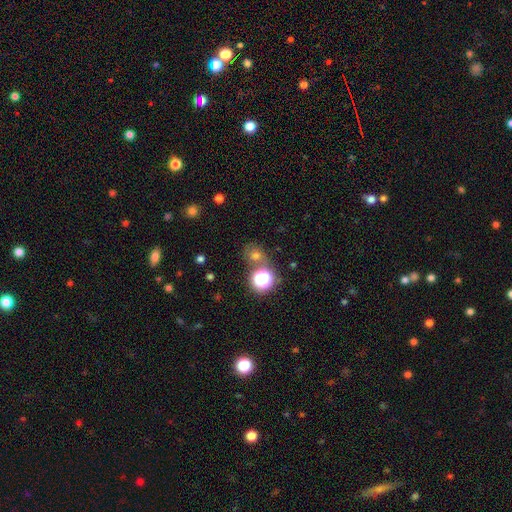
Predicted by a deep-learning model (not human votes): Smooth or featured?
  - smooth: 60% *
  - star or artifact: 31%
  - featured or disk: 9%
How rounded?
  - round: 78% *
  - in between: 21%
  - cigar-shaped: 1%
Merging?
  - none: 65% *
  - merger: 18%
  - minor disturbance: 11%
  - major disturbance: 6%